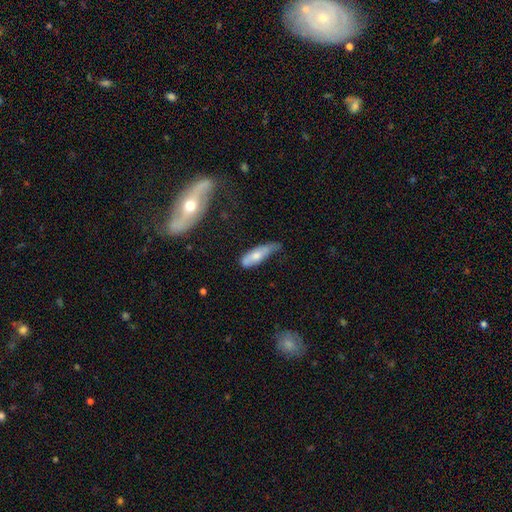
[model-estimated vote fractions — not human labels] A smooth galaxy with no disk features (65%) that is in between round and cigar-shaped (55%).

Vote fractions:
- Smooth or featured? smooth: 65% / featured or disk: 28% / star or artifact: 6%
- How rounded? in between: 55% / cigar-shaped: 43% / round: 2%
- Merging? minor disturbance: 43% / none: 34% / major disturbance: 18% / merger: 5%